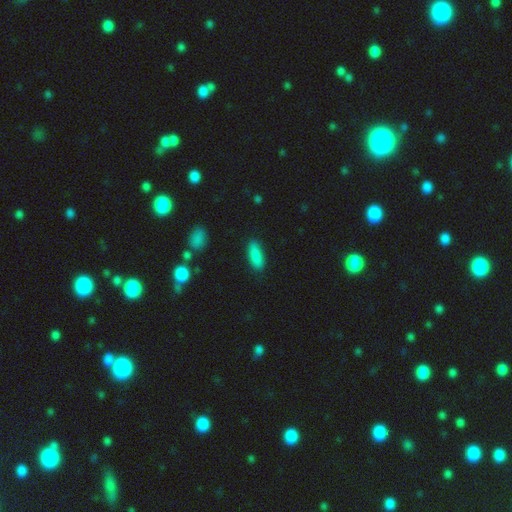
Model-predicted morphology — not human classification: Smooth or featured? Predicted: smooth (p=0.88). How rounded? Predicted: in between (p=0.63). Merging? Predicted: none (p=0.85).